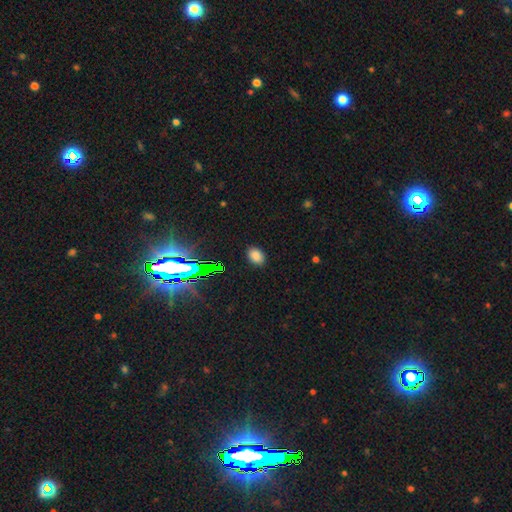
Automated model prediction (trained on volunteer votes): Overall: smooth (79%). How rounded: in between (78%). Merging: none (88%).